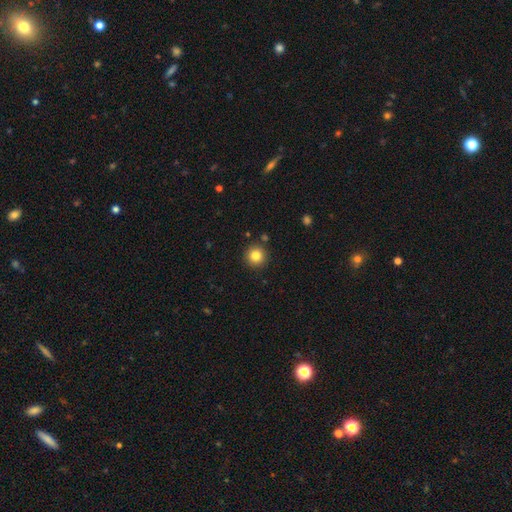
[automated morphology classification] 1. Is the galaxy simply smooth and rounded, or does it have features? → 83% smooth, 11% star or artifact, 6% featured or disk.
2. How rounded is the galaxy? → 95% round, 4% in between, 1% cigar-shaped.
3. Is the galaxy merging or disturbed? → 90% none, 6% minor disturbance, 2% merger, 2% major disturbance.